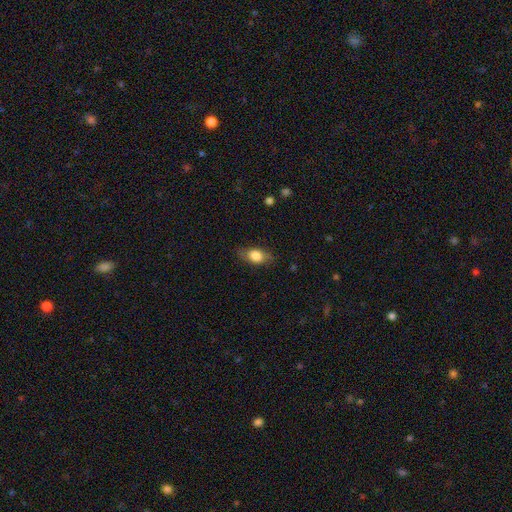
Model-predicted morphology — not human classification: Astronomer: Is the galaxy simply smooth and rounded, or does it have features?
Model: smooth — 76%.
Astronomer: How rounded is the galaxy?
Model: in between — 79%.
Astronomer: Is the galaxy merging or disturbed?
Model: none — 76%.